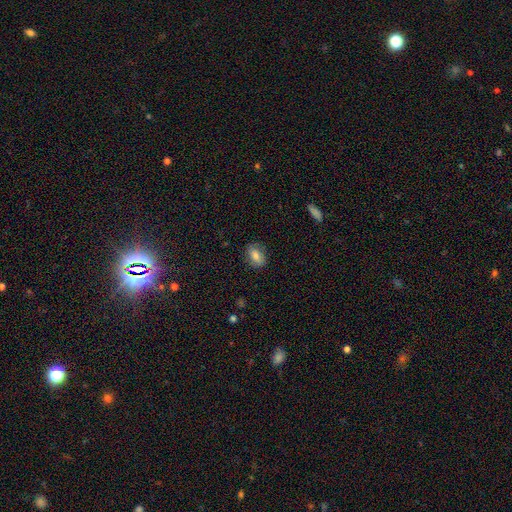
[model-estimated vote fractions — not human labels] Smooth or featured? Predicted: smooth (p=0.76). How rounded? Predicted: in between (p=0.82). Merging? Predicted: none (p=0.81).